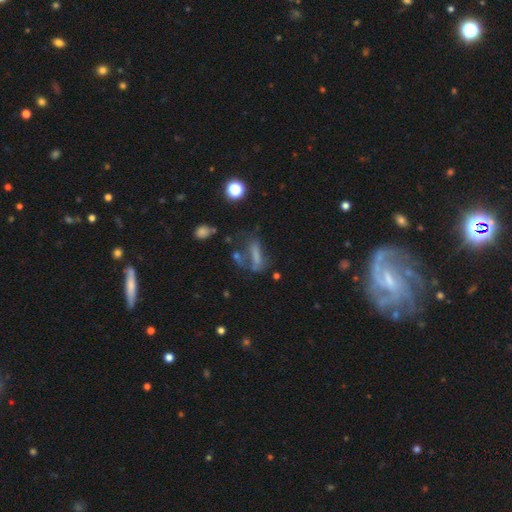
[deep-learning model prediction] The model was most divided on "how rounded": cigar-shaped: 49%, in between: 43%, round: 8%. Remaining: smooth or featured — smooth (52%); merging — none (37%).